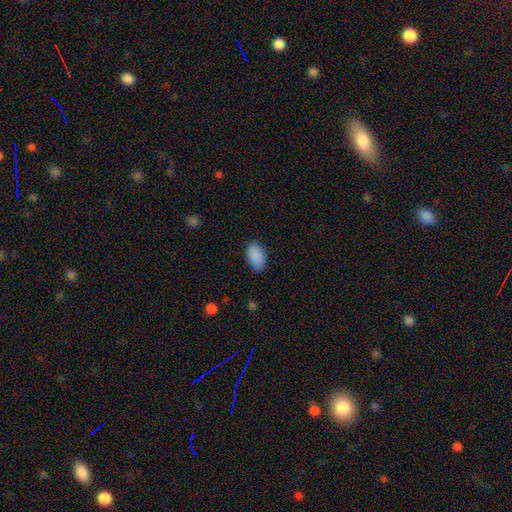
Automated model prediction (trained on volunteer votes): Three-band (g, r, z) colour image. It shows a smooth galaxy with no disk features (90%) that is in between round and cigar-shaped (94%). Merging: none (84%).